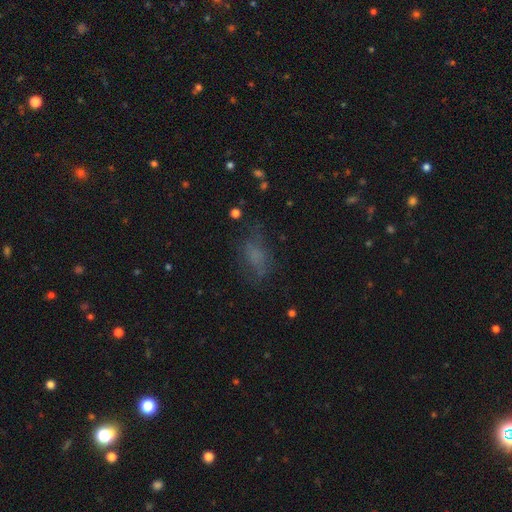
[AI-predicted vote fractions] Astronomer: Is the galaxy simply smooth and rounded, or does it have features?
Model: smooth — 57%.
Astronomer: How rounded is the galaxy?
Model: in between — 81%.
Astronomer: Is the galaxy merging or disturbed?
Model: none — 54%.